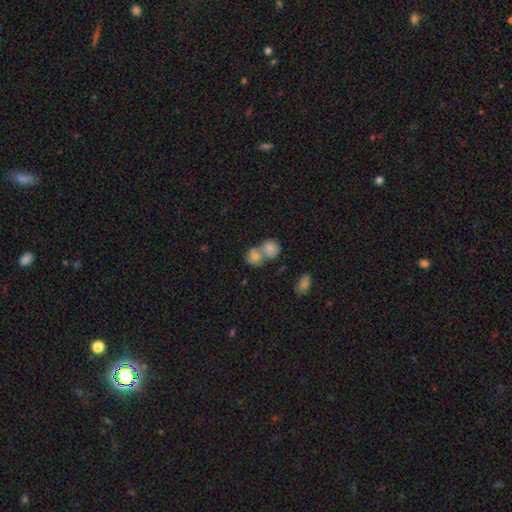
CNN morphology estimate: Smooth or featured?
  - smooth: 70% *
  - featured or disk: 16%
  - star or artifact: 15%
How rounded?
  - round: 71% *
  - in between: 28%
  - cigar-shaped: 1%
Merging?
  - merger: 54% *
  - none: 34%
  - minor disturbance: 8%
  - major disturbance: 4%